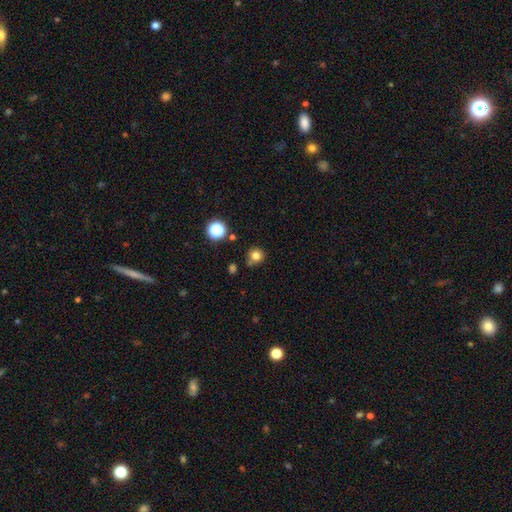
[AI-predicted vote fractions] Smooth or featured? smooth (78%)
How rounded? round (90%)
Merging? none (74%)